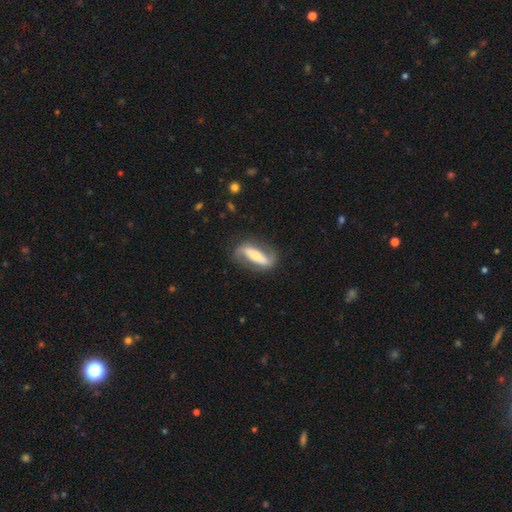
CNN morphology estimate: smooth_or_featured: featured or disk (p=0.73) [alt: smooth p=0.22]
disk_edge_on: no (p=0.84) [alt: yes p=0.16]
bar: strong (p=0.64) [alt: no p=0.19]
has_spiral_arms: yes (p=0.82) [alt: no p=0.18]
spiral_winding: loose (p=0.40) [alt: medium p=0.36]
spiral_arm_count: 2 (p=0.87) [alt: can't tell p=0.06]
bulge_size: moderate (p=0.51) [alt: small p=0.37]
merging: none (p=0.76) [alt: minor disturbance p=0.15]